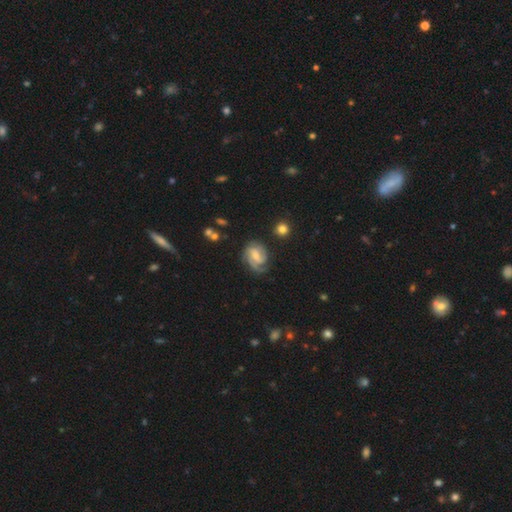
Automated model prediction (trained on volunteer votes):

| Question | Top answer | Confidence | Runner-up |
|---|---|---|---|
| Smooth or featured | featured or disk | 83% | smooth (11%) |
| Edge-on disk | no | 98% | yes (2%) |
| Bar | weak | 50% | no (38%) |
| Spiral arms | yes | 97% | no (3%) |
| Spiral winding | tight | 51% | medium (39%) |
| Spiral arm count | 3 | 37% | 2 (31%) |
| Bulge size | small | 47% | moderate (46%) |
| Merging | none | 67% | minor disturbance (21%) |